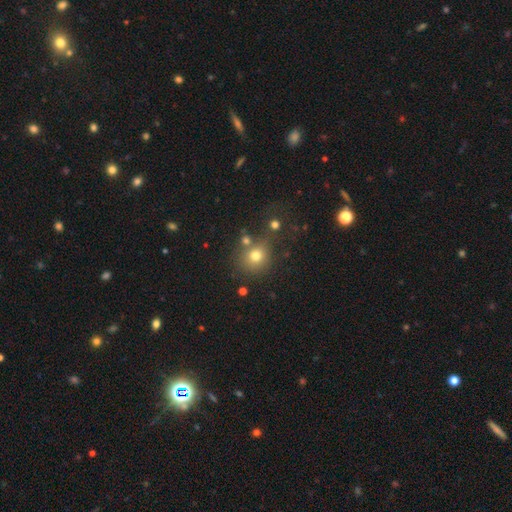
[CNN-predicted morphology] This is likely a smooth galaxy (74%). How rounded: clearly round (85%). Merging: likely none (66%).